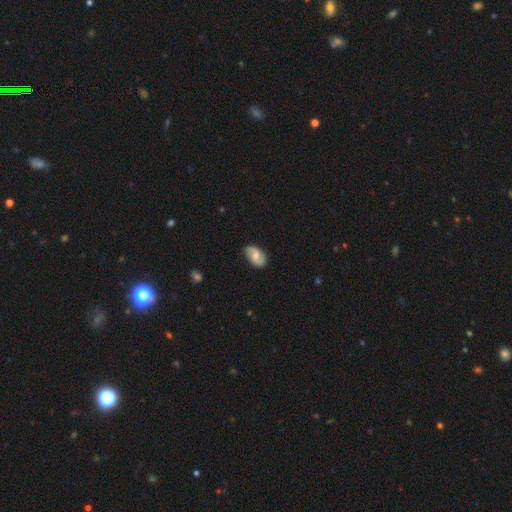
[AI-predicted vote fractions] Morphology: type=featured or disk (56%); edge-on=no (96%); bar=no (52%); spiral arms=yes (88%); bulge=moderate (60%); merging=none (76%).